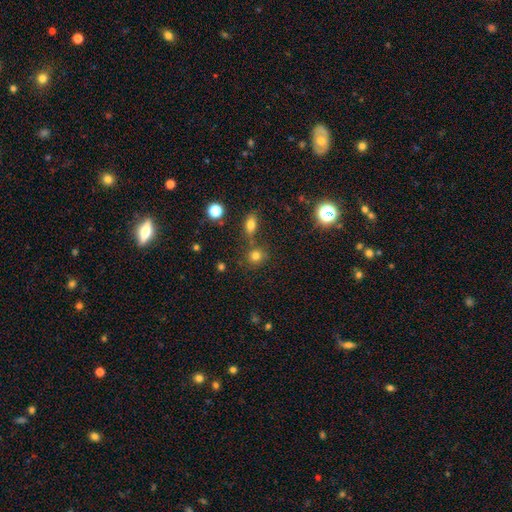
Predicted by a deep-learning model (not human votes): This appears to be a smooth galaxy with no disk features (76%) that is round (82%). Merging: none (68%).